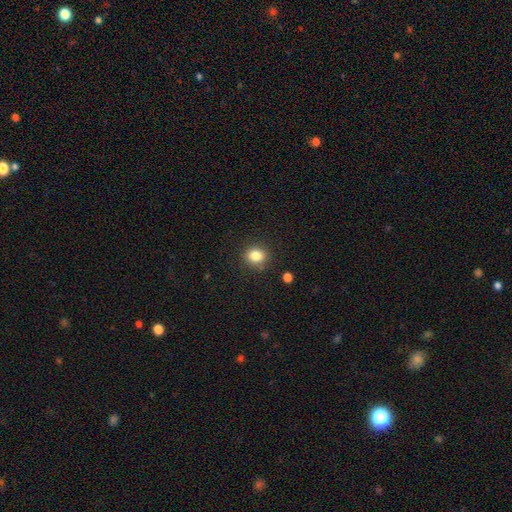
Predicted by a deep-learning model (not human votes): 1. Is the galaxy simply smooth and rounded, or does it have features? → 83% smooth, 11% star or artifact, 6% featured or disk.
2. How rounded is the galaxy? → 72% round, 27% in between, 1% cigar-shaped.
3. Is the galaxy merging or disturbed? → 86% none, 9% minor disturbance, 3% major disturbance, 2% merger.